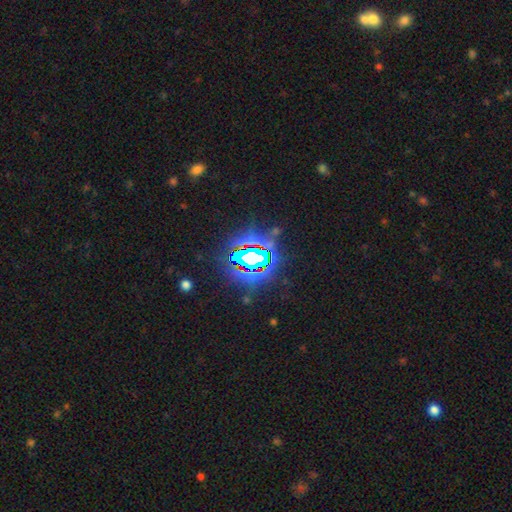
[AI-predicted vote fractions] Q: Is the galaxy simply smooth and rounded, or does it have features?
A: star or artifact — 80%.